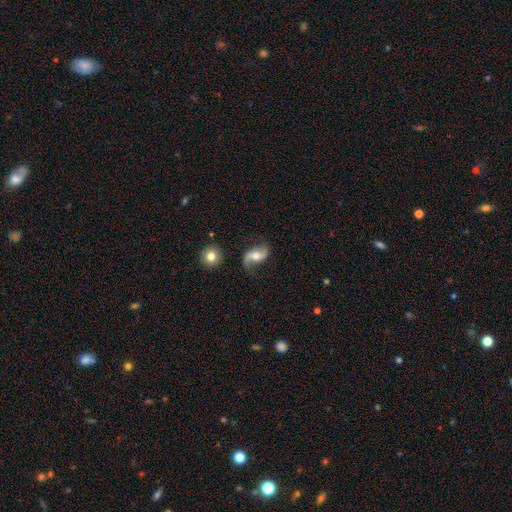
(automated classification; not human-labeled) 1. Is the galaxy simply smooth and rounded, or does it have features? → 80% featured or disk, 14% smooth, 6% star or artifact.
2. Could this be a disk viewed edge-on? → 96% no, 4% yes.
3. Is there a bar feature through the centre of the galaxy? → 43% no, 36% weak, 21% strong.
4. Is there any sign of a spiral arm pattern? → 94% yes, 6% no.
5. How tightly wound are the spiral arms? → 81% loose, 15% medium, 4% tight.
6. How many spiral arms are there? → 92% 2, 3% 1, 2% can't tell, 1% 3, 1% 4, 1% more than 4.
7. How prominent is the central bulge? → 71% moderate, 18% small, 8% large, 2% none, 1% dominant.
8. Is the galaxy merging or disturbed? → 74% none, 17% minor disturbance, 7% major disturbance, 2% merger.